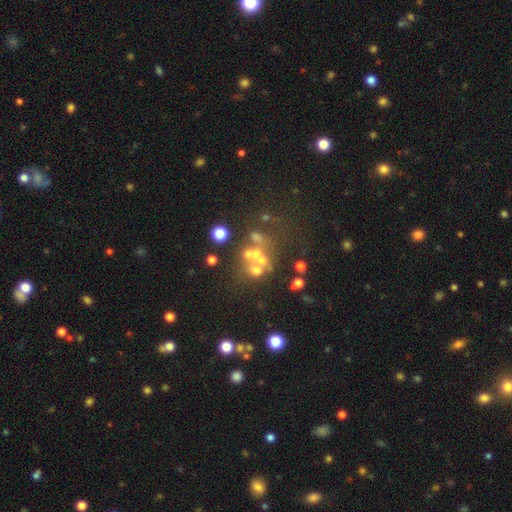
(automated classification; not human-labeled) smooth_or_featured: featured or disk (p=0.37) [alt: smooth p=0.33]
merging: merger (p=0.42) [alt: none p=0.36]